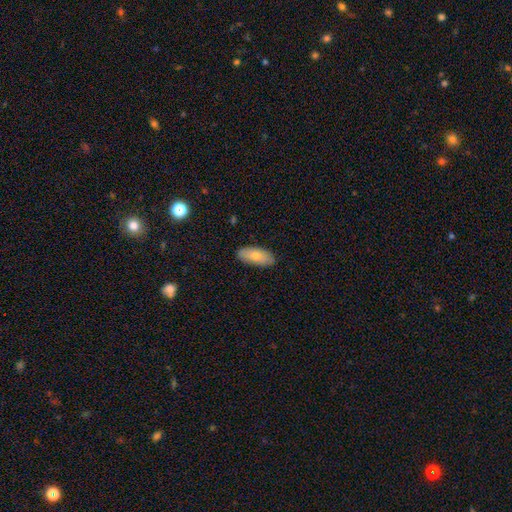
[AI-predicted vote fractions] smooth_or_featured: smooth (p=0.78) [alt: featured or disk p=0.15]
how_rounded: in between (p=0.87) [alt: cigar-shaped p=0.11]
merging: none (p=0.86) [alt: minor disturbance p=0.11]